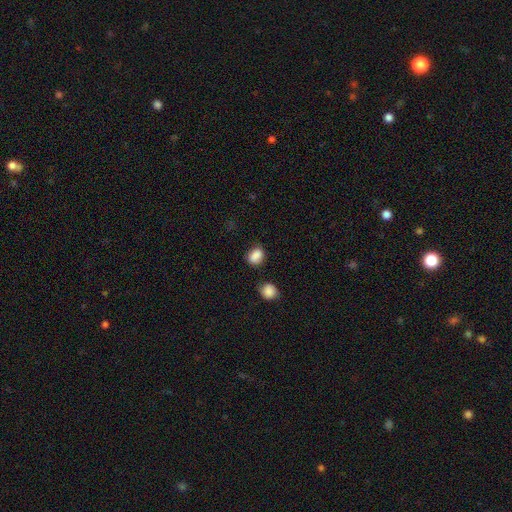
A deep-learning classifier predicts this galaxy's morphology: Smooth or featured? Predicted: smooth (p=0.86). How rounded? Predicted: in between (p=0.66). Merging? Predicted: none (p=0.73).